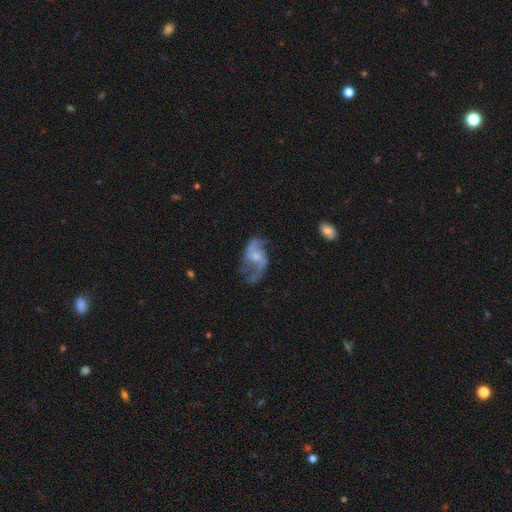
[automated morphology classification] This is clearly a featured or disk galaxy (84%). It is clearly not viewed edge-on (97%). Bar: possibly no (49%). Spiral arm pattern: clearly yes (92%). Spiral arm count: clearly 2 (85%). Spiral winding: likely loose (64%). Central bulge: possibly small (45%). Merging: possibly none (57%).